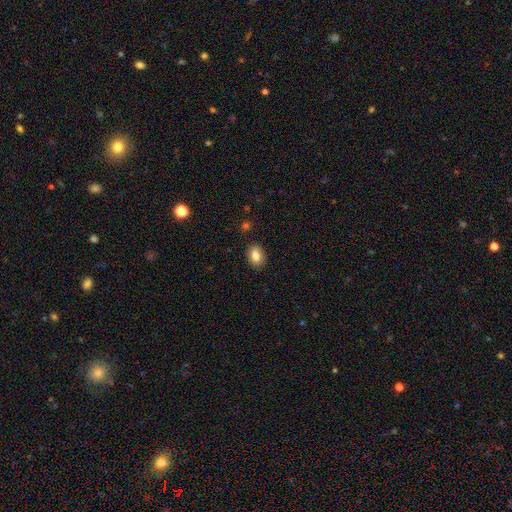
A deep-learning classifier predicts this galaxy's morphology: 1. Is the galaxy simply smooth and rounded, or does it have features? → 82% smooth, 9% featured or disk, 9% star or artifact.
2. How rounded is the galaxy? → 79% in between, 20% round, 1% cigar-shaped.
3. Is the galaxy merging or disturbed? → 87% none, 9% minor disturbance, 2% major disturbance, 1% merger.